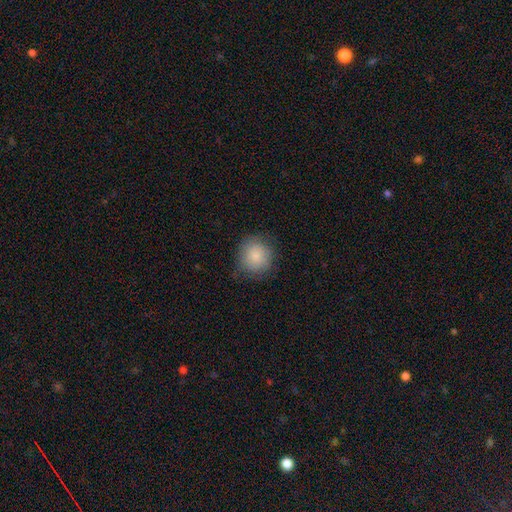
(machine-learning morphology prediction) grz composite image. It shows a smooth galaxy with no disk features (86%) that is round (90%). Merging: none (81%).